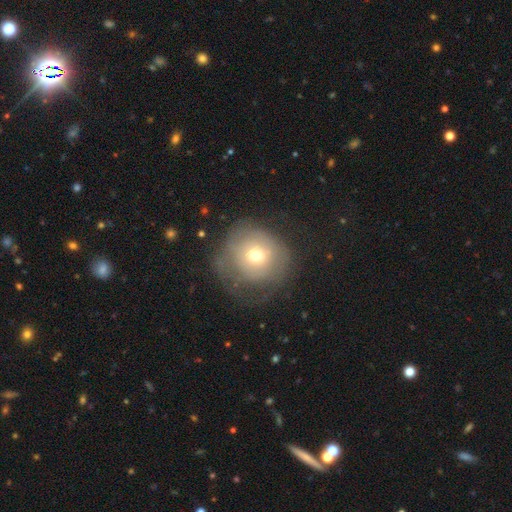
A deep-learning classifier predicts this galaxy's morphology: smooth_or_featured: smooth (p=0.59) [alt: featured or disk p=0.30]
how_rounded: round (p=0.88) [alt: in between p=0.11]
merging: none (p=0.47) [alt: major disturbance p=0.27]